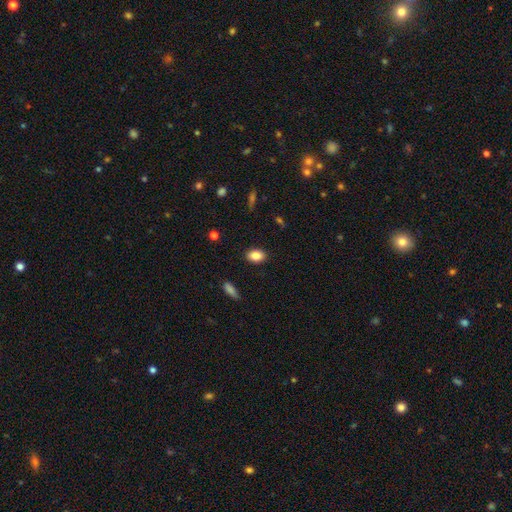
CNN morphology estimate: type=smooth (86%); roundness=in between (83%); merging=none (88%).